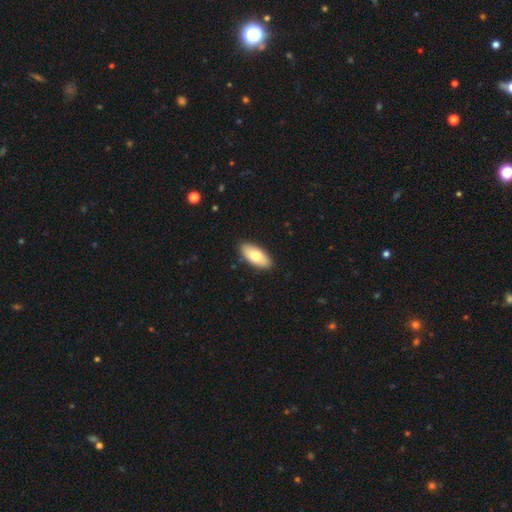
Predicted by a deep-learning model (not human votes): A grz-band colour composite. It shows a smooth galaxy with no disk features (75%) that is in between round and cigar-shaped (89%). Merging: none (89%).